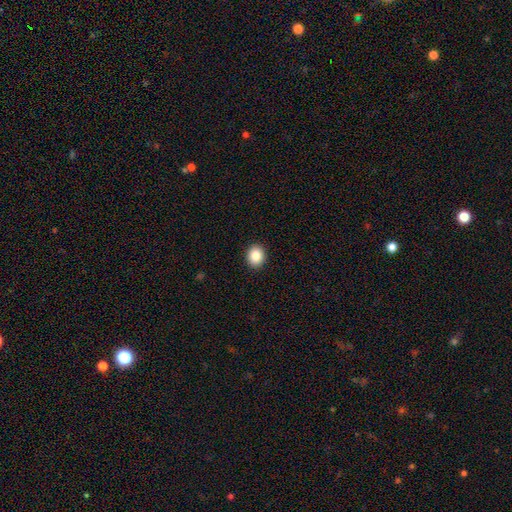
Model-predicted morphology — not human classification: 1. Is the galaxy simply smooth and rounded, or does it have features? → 87% smooth, 9% star or artifact, 4% featured or disk.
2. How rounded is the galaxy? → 61% round, 38% in between, 1% cigar-shaped.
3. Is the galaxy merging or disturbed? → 91% none, 6% minor disturbance, 2% major disturbance, 1% merger.